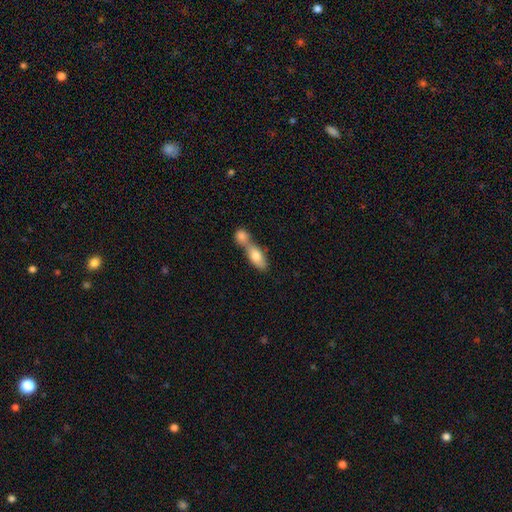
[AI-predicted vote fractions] smooth_or_featured: smooth (p=0.77) [alt: featured or disk p=0.17]
how_rounded: in between (p=0.76) [alt: cigar-shaped p=0.16]
merging: merger (p=0.71) [alt: none p=0.20]